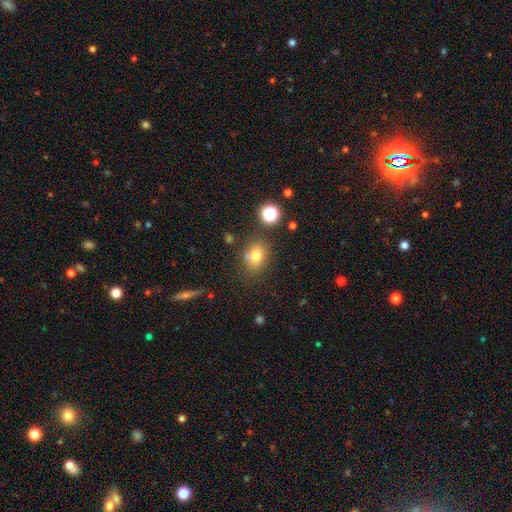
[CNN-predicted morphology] Smooth or featured: smooth — 75% (star or artifact — 15%)
How rounded: in between — 54% (round — 44%)
Merging: none — 72% (minor disturbance — 14%)